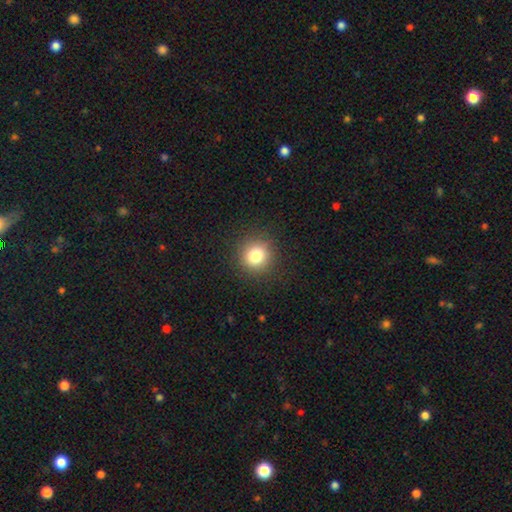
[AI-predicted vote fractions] A smooth galaxy with no disk features (81%) that is round (91%). Merging: none (90%).